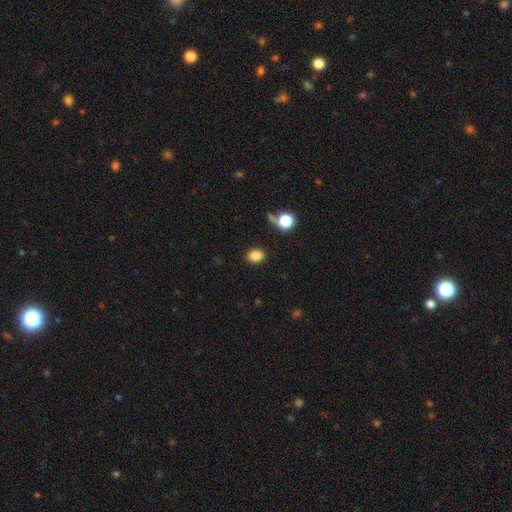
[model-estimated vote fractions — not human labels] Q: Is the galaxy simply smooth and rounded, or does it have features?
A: smooth — 85%.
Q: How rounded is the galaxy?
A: in between — 55%.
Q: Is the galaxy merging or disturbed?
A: none — 85%.